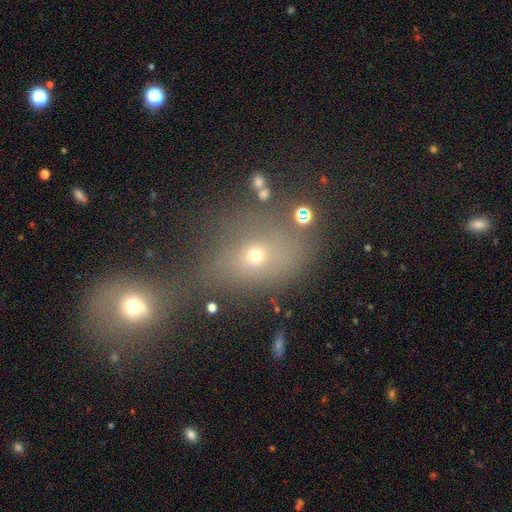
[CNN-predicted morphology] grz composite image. It shows a smooth galaxy with no disk features (60%) that is in between round and cigar-shaped (54%). Merging: none (47%).